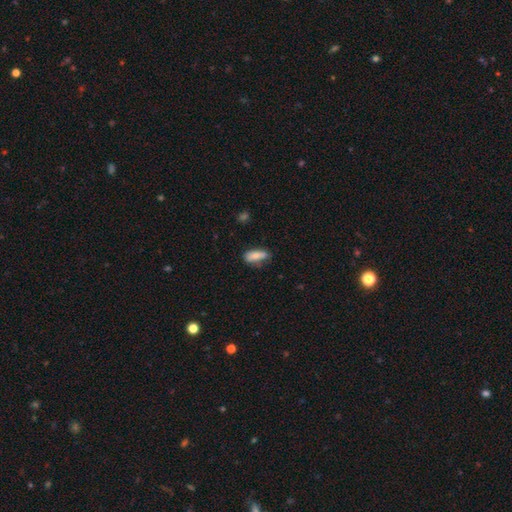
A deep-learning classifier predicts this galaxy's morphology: smooth_or_featured: smooth (p=0.73) [alt: featured or disk p=0.20]
how_rounded: in between (p=0.72) [alt: cigar-shaped p=0.25]
merging: none (p=0.65) [alt: minor disturbance p=0.26]